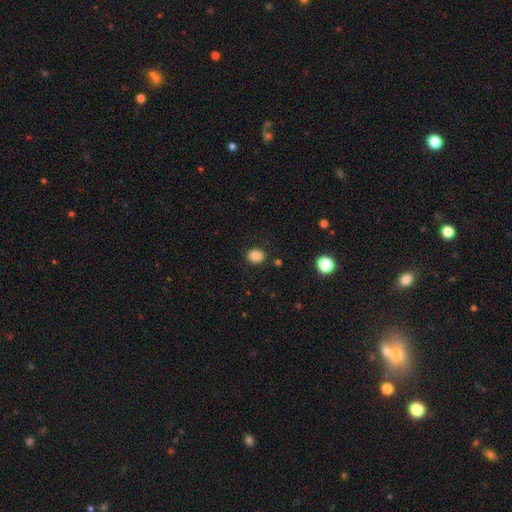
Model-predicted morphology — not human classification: Smooth or featured: smooth — 83% (star or artifact — 11%)
How rounded: round — 61% (in between — 38%)
Merging: none — 86% (minor disturbance — 9%)